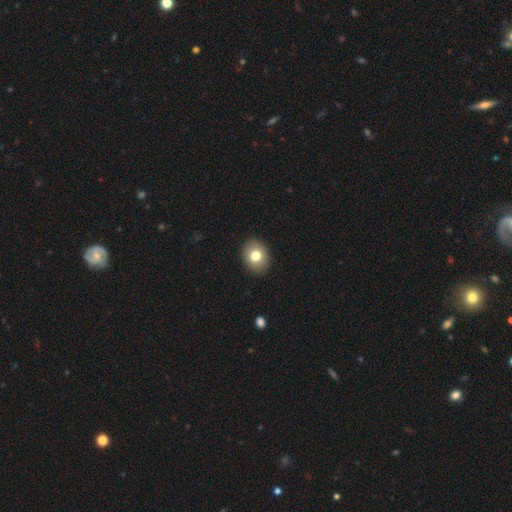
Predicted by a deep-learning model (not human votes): Smooth or featured? smooth (78%)
How rounded? round (54%)
Merging? none (91%)